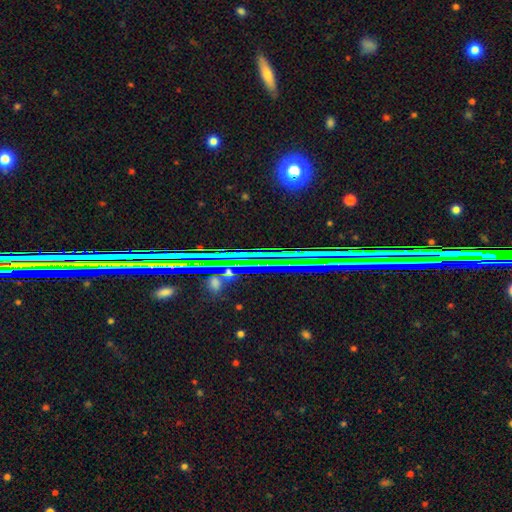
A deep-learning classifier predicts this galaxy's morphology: A star or artifact, not a galaxy (71%).

Vote fractions:
- Smooth or featured? star or artifact: 71% / featured or disk: 18% / smooth: 11%